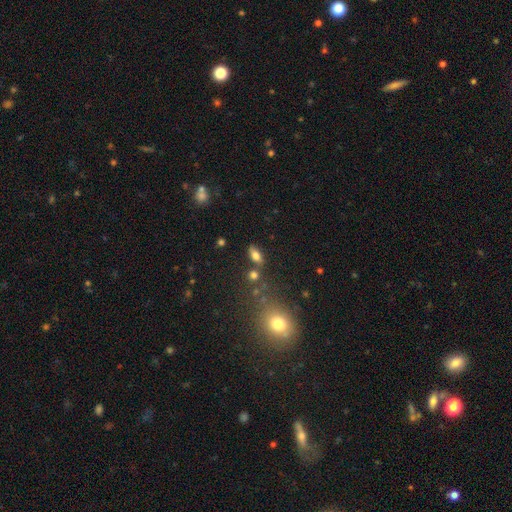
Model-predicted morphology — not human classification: type=smooth (72%); roundness=in between (81%); merging=none (73%).